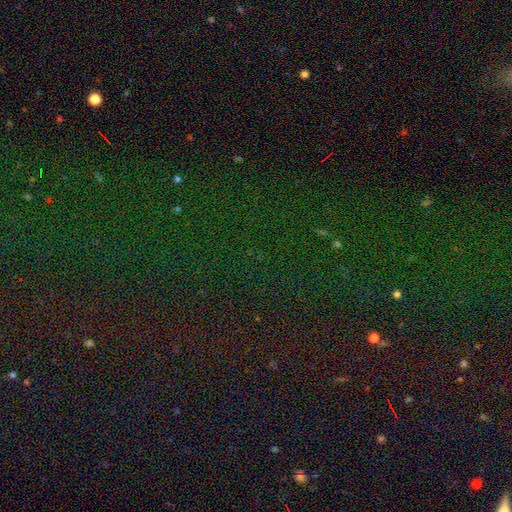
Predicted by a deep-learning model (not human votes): A star or artifact, not a galaxy (81%).

Vote fractions:
- Smooth or featured? star or artifact: 81% / smooth: 11% / featured or disk: 8%